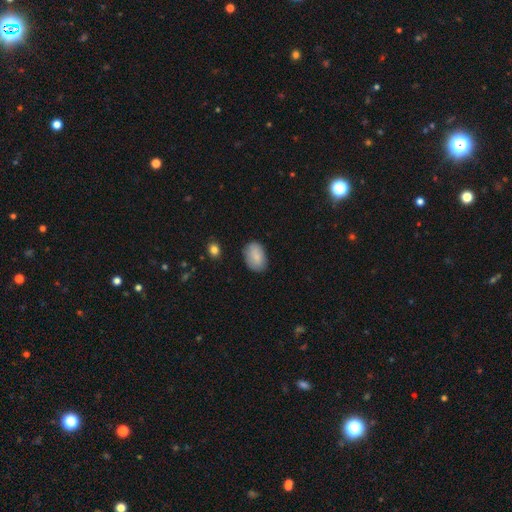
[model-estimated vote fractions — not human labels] Smooth or featured? smooth (86%)
How rounded? in between (88%)
Merging? none (82%)